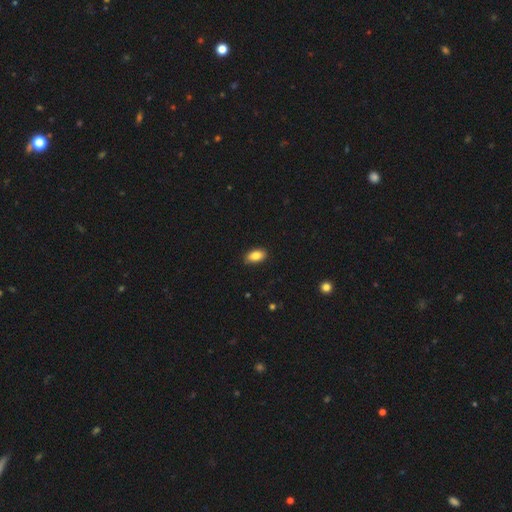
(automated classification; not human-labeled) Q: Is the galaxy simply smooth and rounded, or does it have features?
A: smooth — 84%.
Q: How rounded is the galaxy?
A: in between — 92%.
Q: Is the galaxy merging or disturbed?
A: none — 86%.